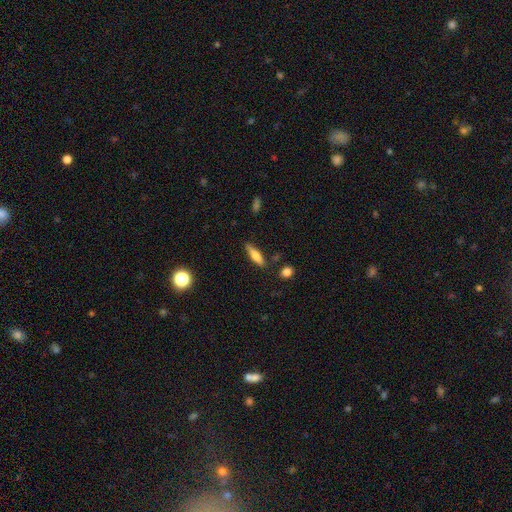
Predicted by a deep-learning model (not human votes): The model was most divided on "how rounded": cigar-shaped: 62%, in between: 36%, round: 2%. More confident: merging — none (80%); smooth or featured — smooth (66%).